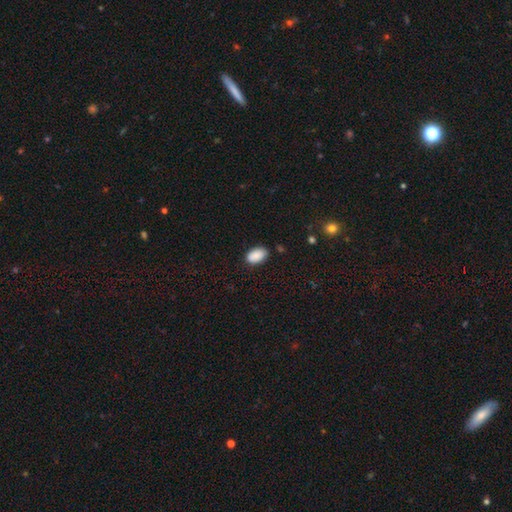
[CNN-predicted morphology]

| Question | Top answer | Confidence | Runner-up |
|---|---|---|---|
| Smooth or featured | smooth | 89% | star or artifact (7%) |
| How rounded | in between | 93% | round (6%) |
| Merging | none | 83% | minor disturbance (13%) |